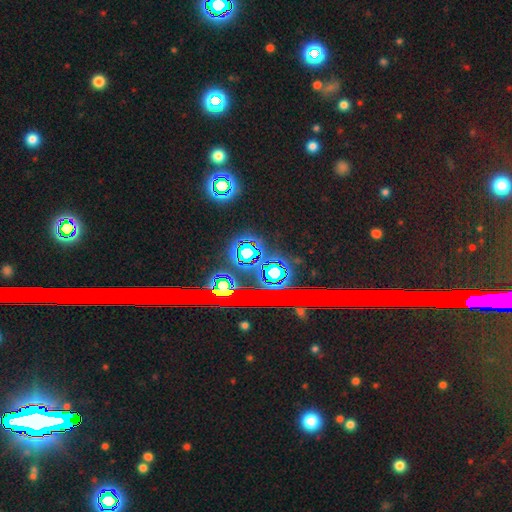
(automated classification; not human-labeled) smooth-or-featured: star or artifact: 78% | smooth: 12% | featured or disk: 10%